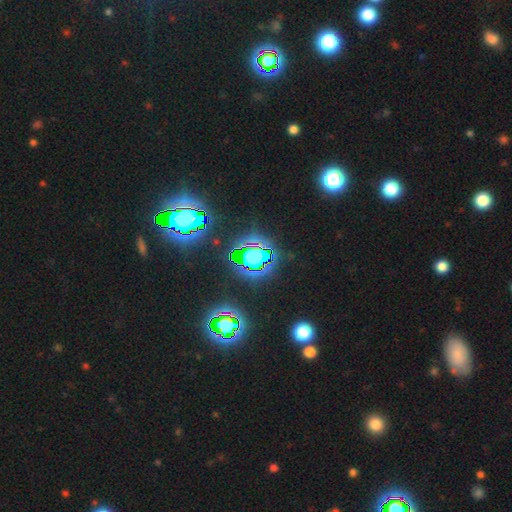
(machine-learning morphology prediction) star or artifact 68%, smooth 18%, featured or disk 13%.